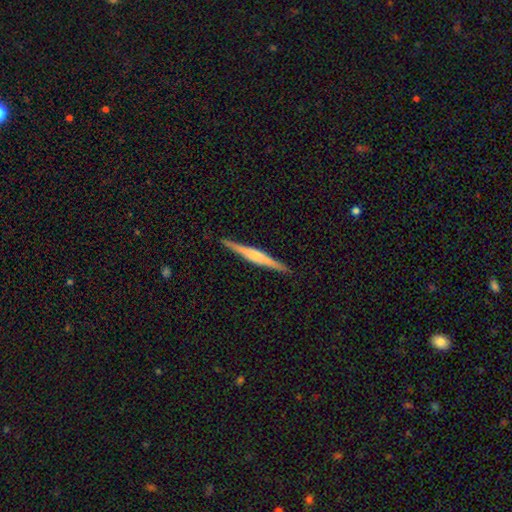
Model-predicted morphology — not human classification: A featured or disk galaxy (74%) viewed edge-on (98%) with a rounded central bulge (75%).

Vote fractions:
- Smooth or featured? featured or disk: 74% / smooth: 21% / star or artifact: 5%
- Edge-on disk? yes: 98% / no: 2%
- Edge-on bulge? rounded: 75% / boxy: 13% / none: 12%
- Merging? none: 91% / minor disturbance: 6% / major disturbance: 1% / merger: 1%